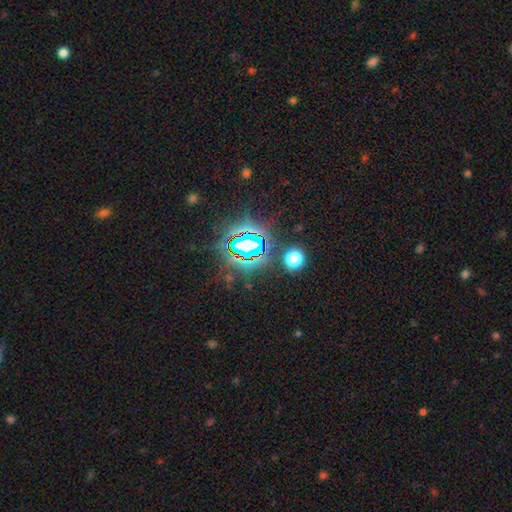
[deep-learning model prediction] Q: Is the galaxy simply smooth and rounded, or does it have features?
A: star or artifact — 80%.